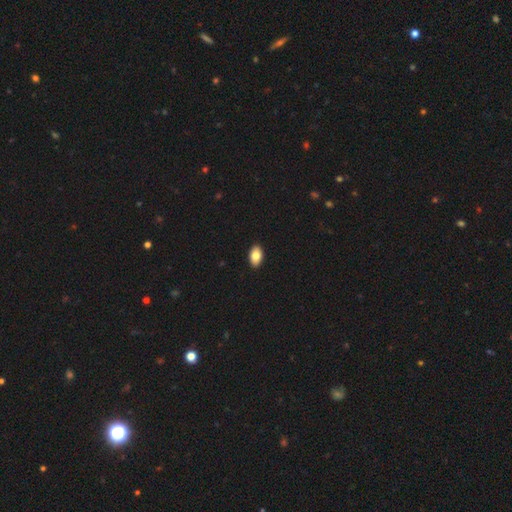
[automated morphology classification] smooth 84%, featured or disk 9%, star or artifact 7%. Down the decision tree: how rounded — in between (92%); merging — none (91%).